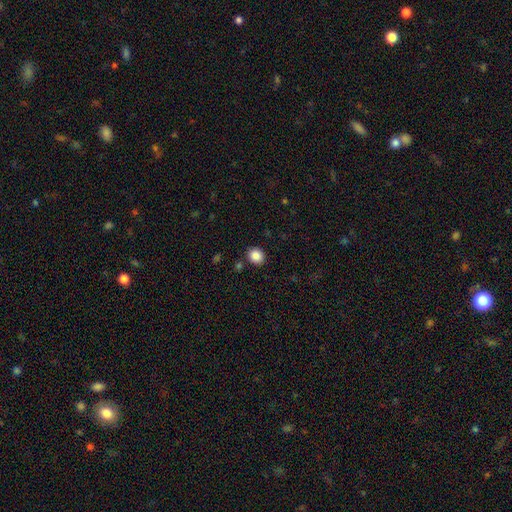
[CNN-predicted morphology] A smooth galaxy with no disk features (87%) that is round (73%). Merging: none (88%).